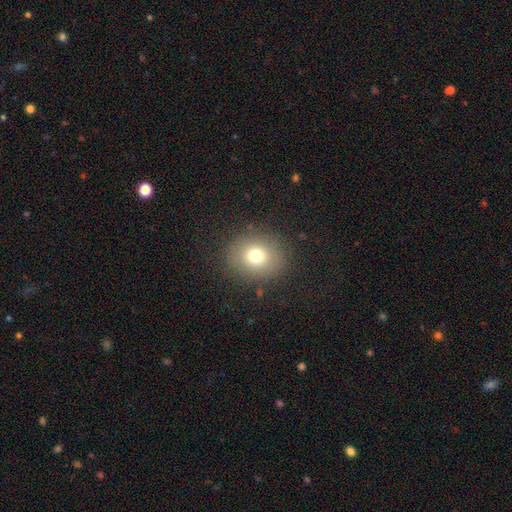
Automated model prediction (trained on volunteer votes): Smooth or featured? smooth (74%)
How rounded? round (77%)
Merging? none (86%)